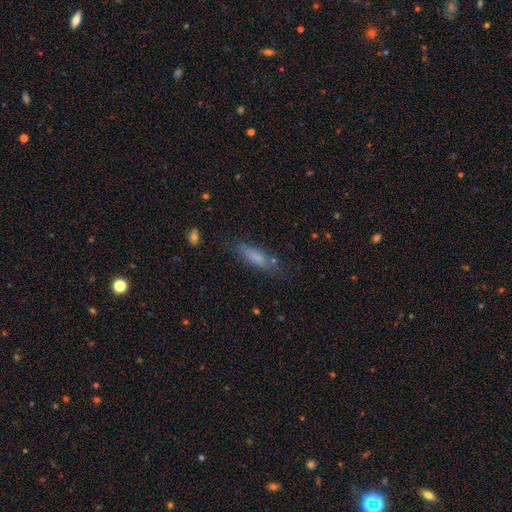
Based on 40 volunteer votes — A smooth galaxy with no disk features (72%) that is cigar-shaped (69%). Merging: none (68%).